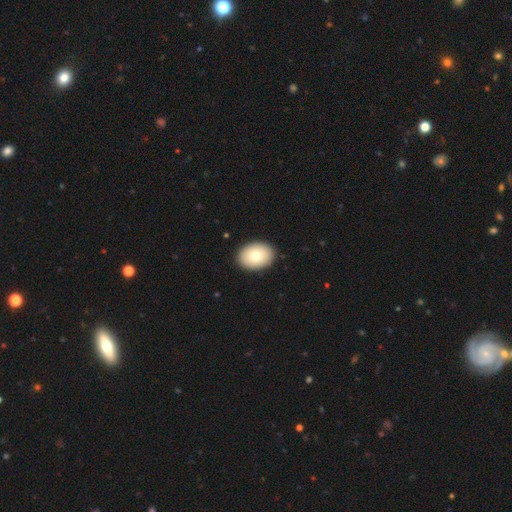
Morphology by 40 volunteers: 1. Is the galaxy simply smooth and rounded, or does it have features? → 75% smooth, 15% featured or disk, 10% star or artifact.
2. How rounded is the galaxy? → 83% in between, 17% round, 0% cigar-shaped.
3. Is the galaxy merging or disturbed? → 89% none, 11% minor disturbance, 0% major disturbance, 0% merger.